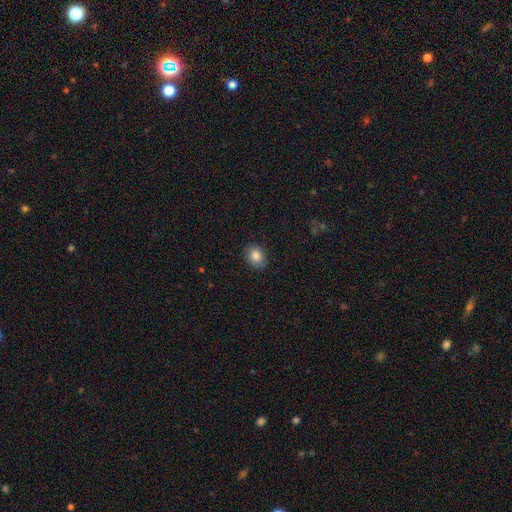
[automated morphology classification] This appears to be a smooth galaxy with no disk features (84%) that is round (53%). Merging: none (87%).